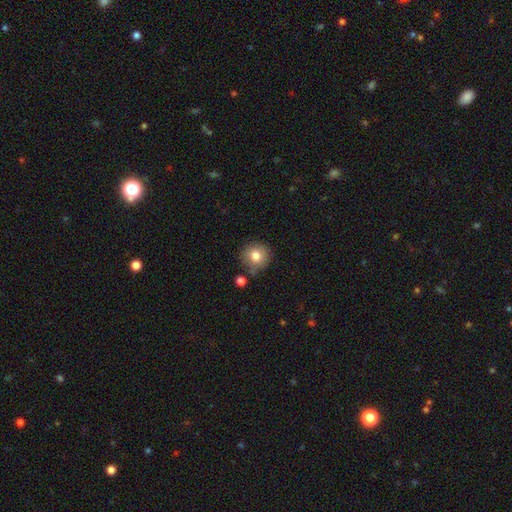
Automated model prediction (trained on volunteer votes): smooth-or-featured: smooth: 80% | star or artifact: 10% | featured or disk: 10%
  how-rounded: round: 92% | in between: 7% | cigar-shaped: 1%
  merging: none: 80% | minor disturbance: 11% | merger: 6% | major disturbance: 3%